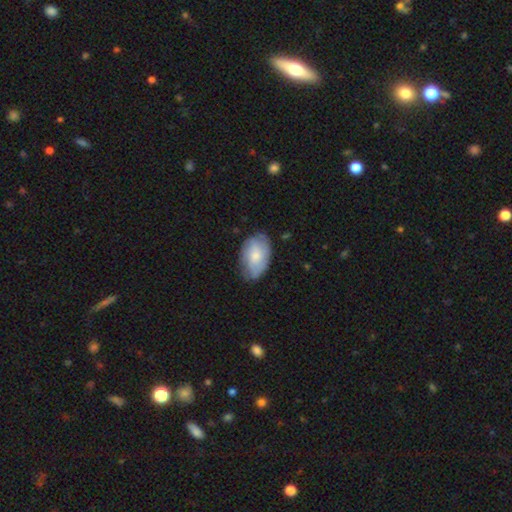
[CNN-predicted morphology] type=smooth (56%); roundness=in between (91%); merging=none (67%).